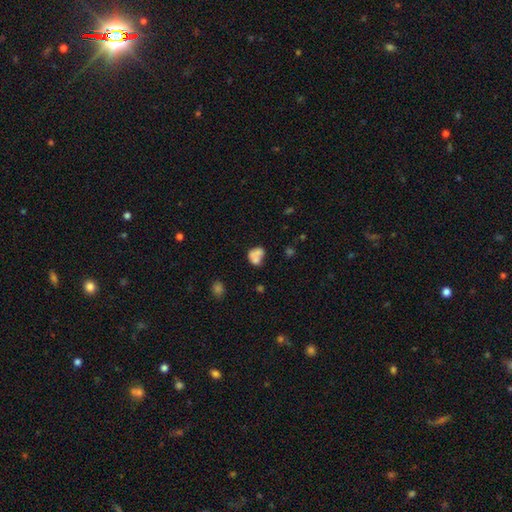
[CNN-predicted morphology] Overall: smooth (66%). How rounded: in between (59%; round 39%). Merging: merger (55%; none 23%).